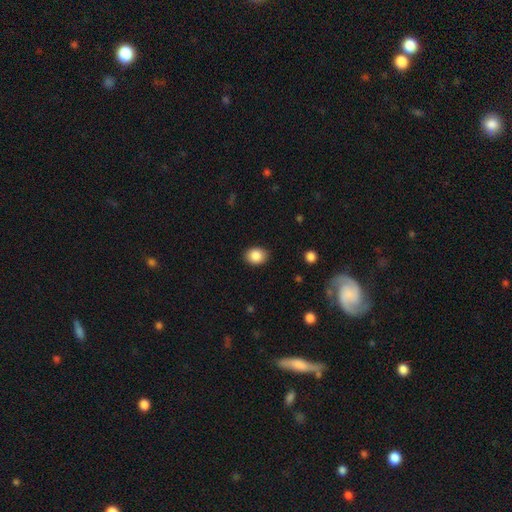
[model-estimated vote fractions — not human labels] Morphology: type=smooth (87%); roundness=in between (57%); merging=none (87%).